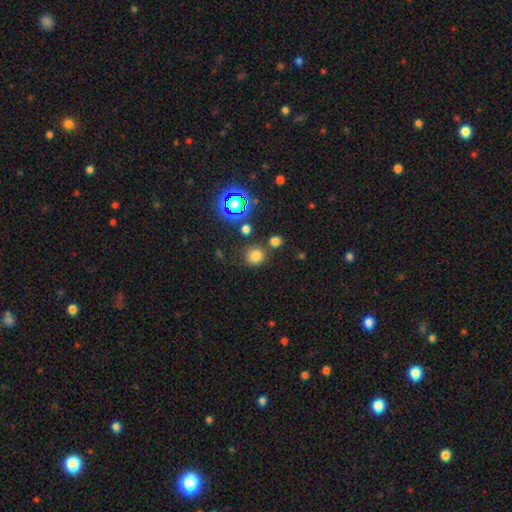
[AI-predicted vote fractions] The model was most divided on "smooth or featured": smooth: 72%, star or artifact: 21%, featured or disk: 7%. More confident: how rounded — round (82%); merging — none (77%).